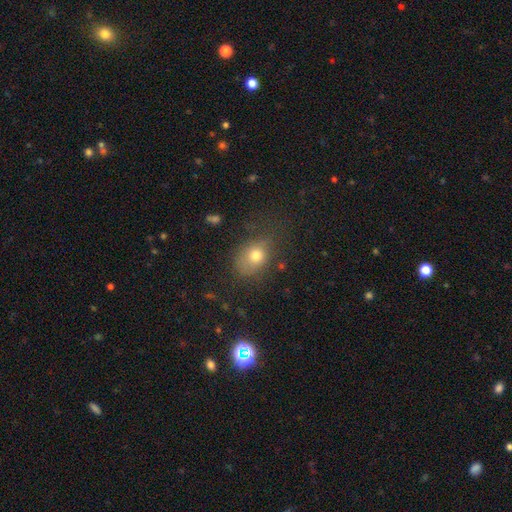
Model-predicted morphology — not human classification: Q: Smooth or featured?
A: smooth (74%); runner-up: featured or disk (13%)
Q: How rounded?
A: in between (56%); runner-up: round (43%)
Q: Merging?
A: none (58%); runner-up: minor disturbance (26%)